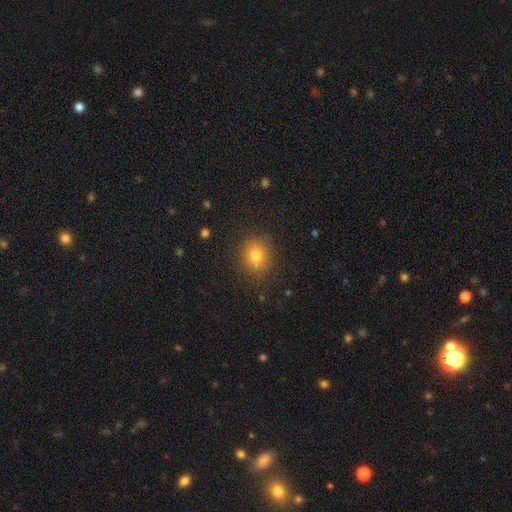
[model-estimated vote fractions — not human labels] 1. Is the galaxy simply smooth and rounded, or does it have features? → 79% smooth, 13% star or artifact, 8% featured or disk.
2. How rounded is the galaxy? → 67% round, 32% in between, 1% cigar-shaped.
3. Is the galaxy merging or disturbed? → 85% none, 11% minor disturbance, 3% major disturbance, 1% merger.